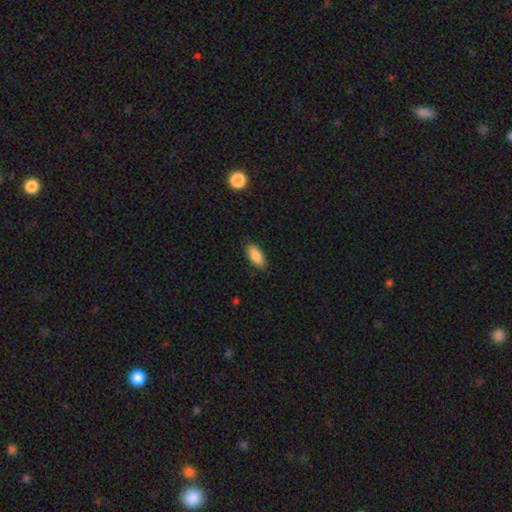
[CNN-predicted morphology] Smooth or featured?
  - smooth: 88% *
  - star or artifact: 6%
  - featured or disk: 5%
How rounded?
  - in between: 87% *
  - cigar-shaped: 11%
  - round: 2%
Merging?
  - none: 86% *
  - minor disturbance: 11%
  - major disturbance: 2%
  - merger: 1%